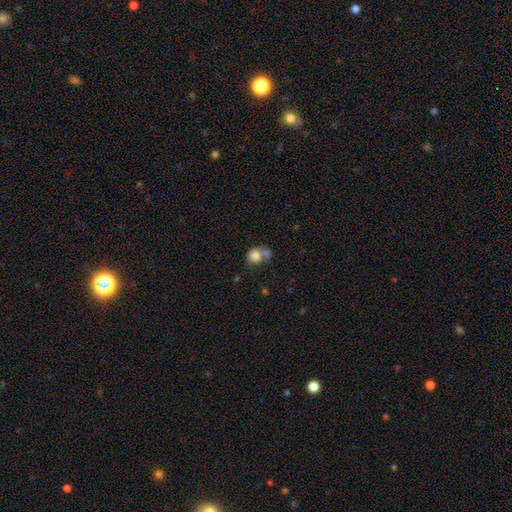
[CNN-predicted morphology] This is clearly a smooth galaxy (80%). How rounded: likely round (71%). Merging: possibly merger (46%).